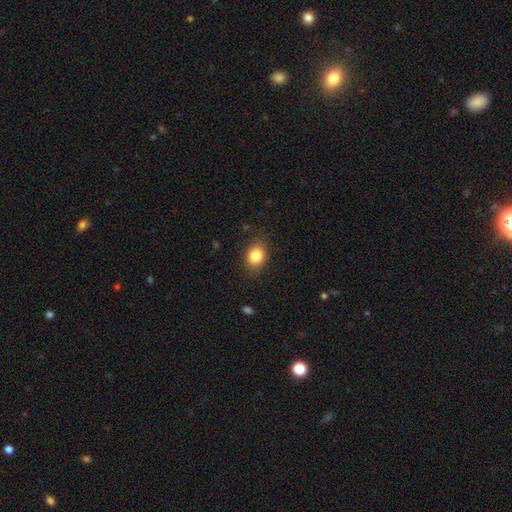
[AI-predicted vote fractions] A smooth galaxy with no disk features (84%) that is in between round and cigar-shaped (58%). Merging: none (83%).